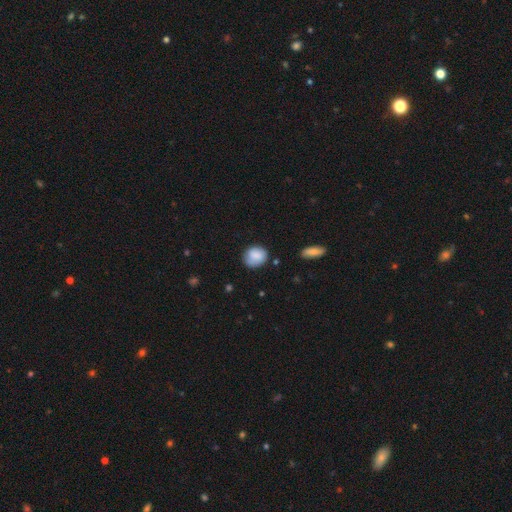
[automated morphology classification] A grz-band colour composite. It shows a smooth galaxy with no disk features (82%) that is round (66%). Merging: none (69%).